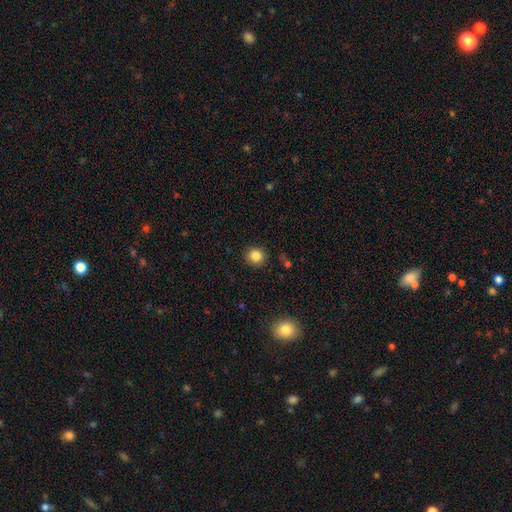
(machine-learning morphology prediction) This appears to be a smooth galaxy with no disk features (85%) that is round (89%). Merging: none (90%).